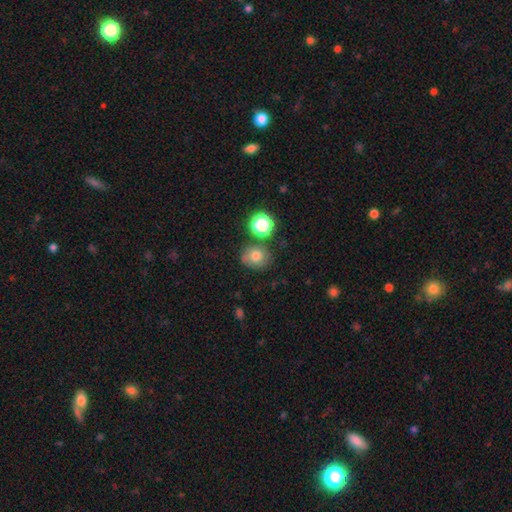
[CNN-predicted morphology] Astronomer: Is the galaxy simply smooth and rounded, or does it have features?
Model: smooth — 73%.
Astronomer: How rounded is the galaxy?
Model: round — 69%.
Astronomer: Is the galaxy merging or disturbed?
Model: none — 71%.